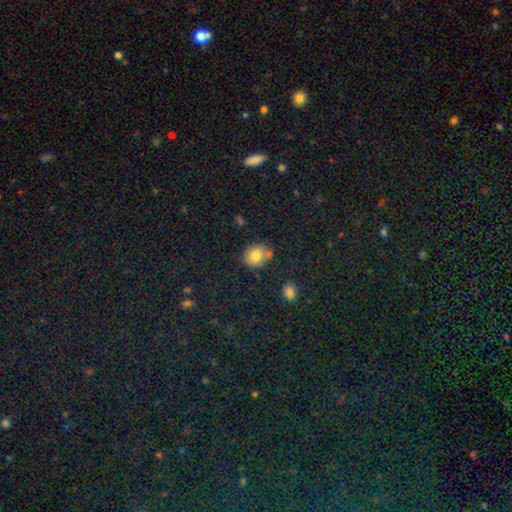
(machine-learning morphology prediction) smooth_or_featured: smooth (p=0.78) [alt: star or artifact p=0.11]
how_rounded: round (p=0.64) [alt: in between p=0.35]
merging: none (p=0.69) [alt: minor disturbance p=0.15]